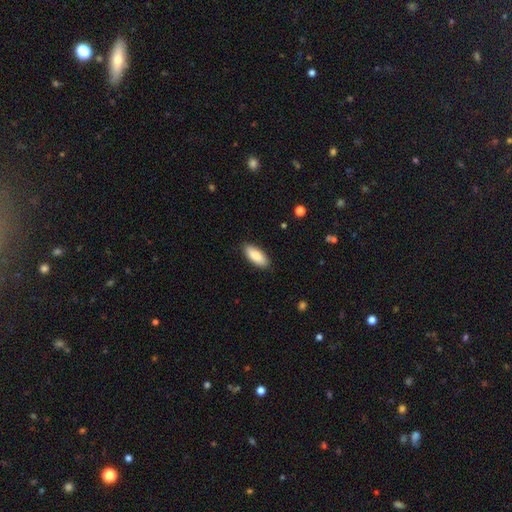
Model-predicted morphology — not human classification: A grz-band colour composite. It shows a smooth galaxy with no disk features (88%) that is in between round and cigar-shaped (82%). Merging: none (88%).